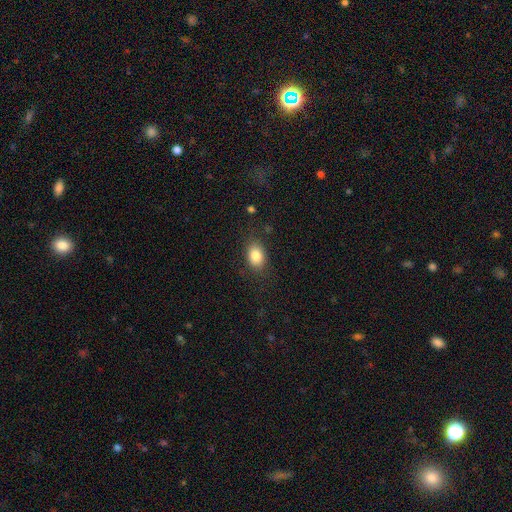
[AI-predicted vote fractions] Morphology: type=smooth (83%); roundness=in between (76%); merging=none (82%).